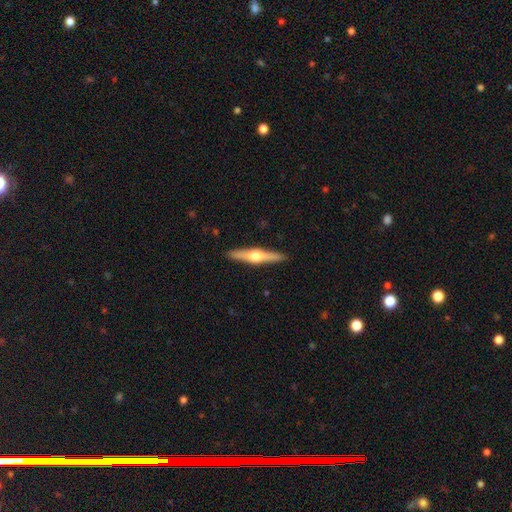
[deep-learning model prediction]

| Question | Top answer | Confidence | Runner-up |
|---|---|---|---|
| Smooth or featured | featured or disk | 71% | smooth (24%) |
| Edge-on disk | yes | 98% | no (2%) |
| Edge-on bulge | rounded | 95% | boxy (3%) |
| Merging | none | 92% | minor disturbance (6%) |